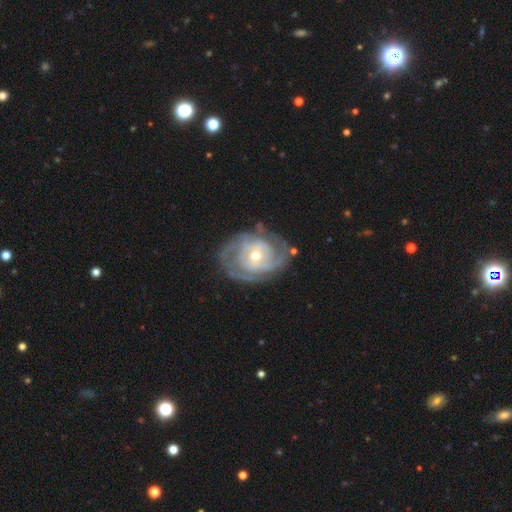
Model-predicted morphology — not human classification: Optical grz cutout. It shows a featured or disk galaxy (84%) with no bar (70%), 2 (38%) tight (59%) spiral arms (88%) and a moderate central bulge (60%). Merging: none (68%).